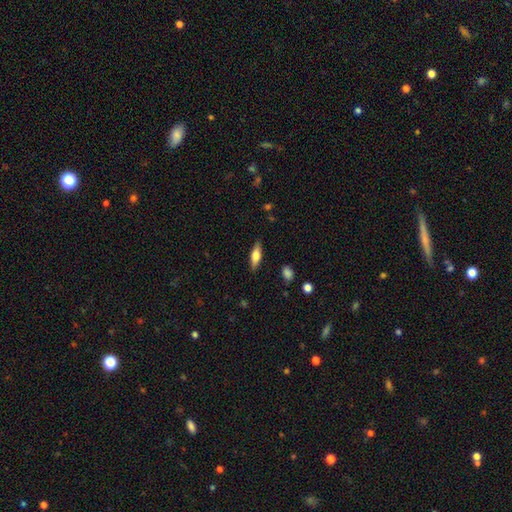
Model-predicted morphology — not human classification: smooth-or-featured: smooth: 58% | featured or disk: 36% | star or artifact: 7%
  how-rounded: in between: 54% | cigar-shaped: 44% | round: 3%
  merging: none: 86% | minor disturbance: 10% | major disturbance: 2% | merger: 1%